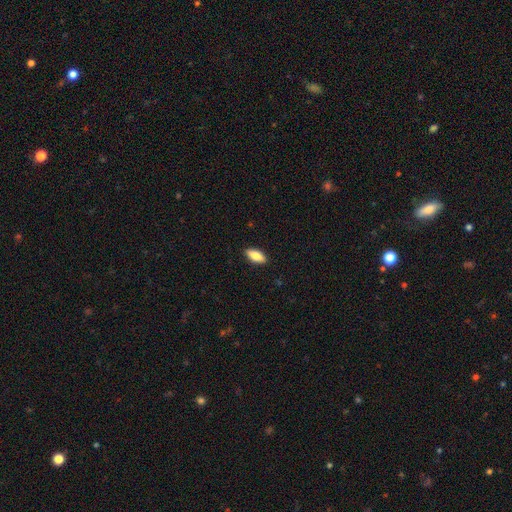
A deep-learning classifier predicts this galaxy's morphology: This is clearly a smooth galaxy (80%). How rounded: clearly in between (84%). Merging: clearly none (89%).